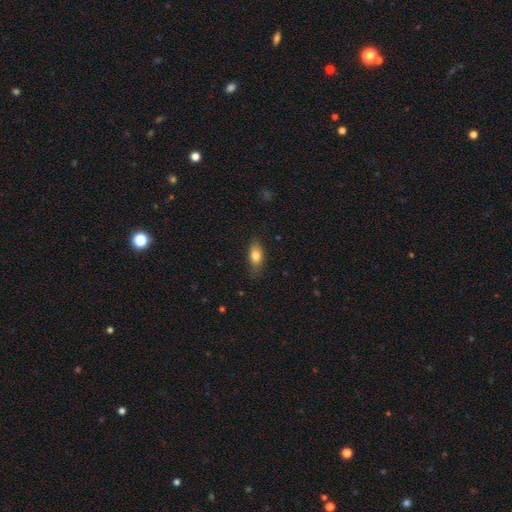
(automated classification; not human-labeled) smooth-or-featured: smooth: 80% | featured or disk: 13% | star or artifact: 8%
  how-rounded: in between: 82% | cigar-shaped: 12% | round: 6%
  merging: none: 78% | minor disturbance: 18% | major disturbance: 4% | merger: 1%